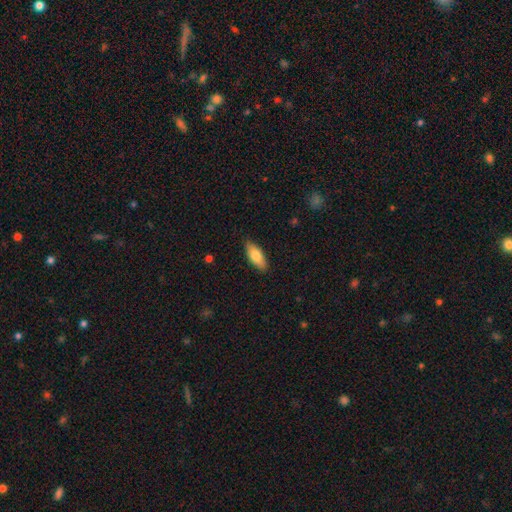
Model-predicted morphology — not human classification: smooth_or_featured: smooth (p=0.77) [alt: featured or disk p=0.17]
how_rounded: in between (p=0.74) [alt: cigar-shaped p=0.23]
merging: none (p=0.87) [alt: minor disturbance p=0.10]